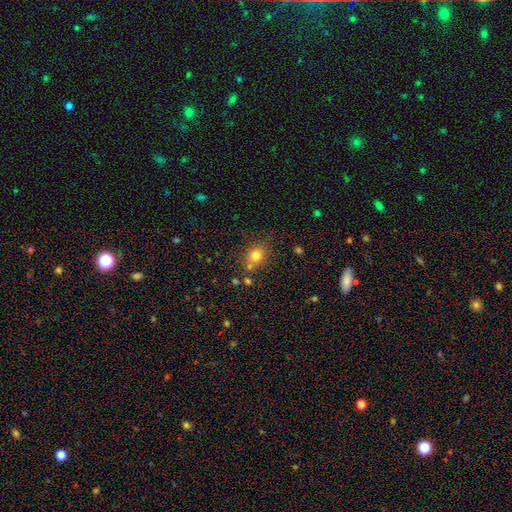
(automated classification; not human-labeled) Smooth or featured? smooth (77%)
How rounded? round (66%)
Merging? none (73%)